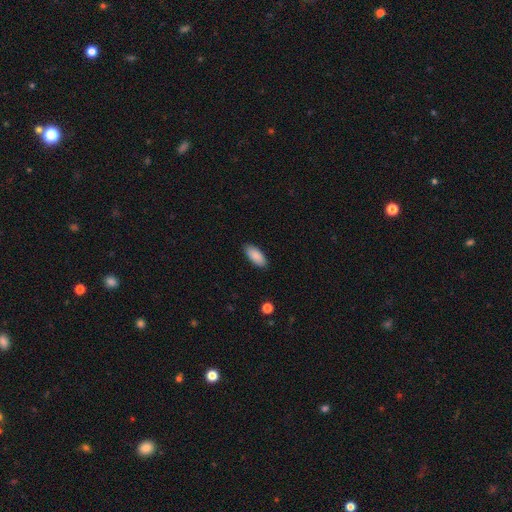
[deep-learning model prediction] A smooth galaxy with no disk features (89%) that is in between round and cigar-shaped (88%). Merging: none (87%).